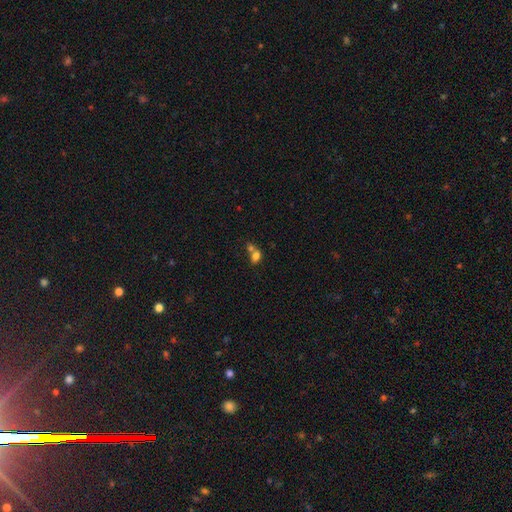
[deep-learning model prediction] This appears to be a smooth galaxy with no disk features (76%) that is in between round and cigar-shaped (68%). Merging: merger (51%).